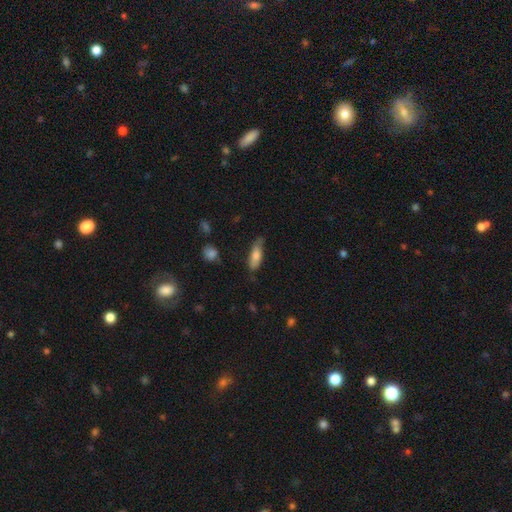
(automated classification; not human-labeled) This is likely a smooth galaxy (76%). How rounded: possibly in between (58%). Merging: likely none (62%).